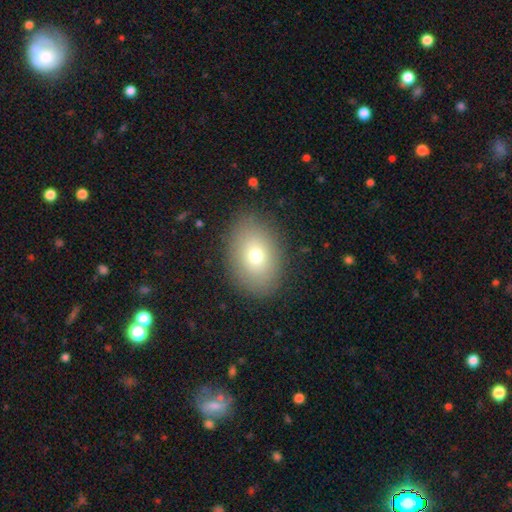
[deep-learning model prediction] A smooth galaxy with no disk features (73%) that is in between round and cigar-shaped (75%). Merging: none (86%).